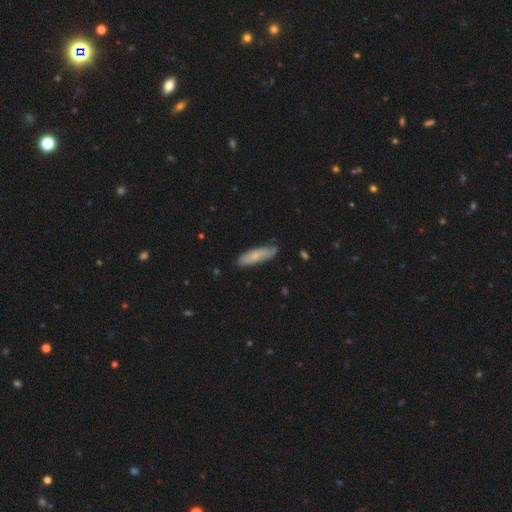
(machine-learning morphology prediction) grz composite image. It shows a smooth galaxy with no disk features (71%) that is cigar-shaped (63%). Merging: none (79%).